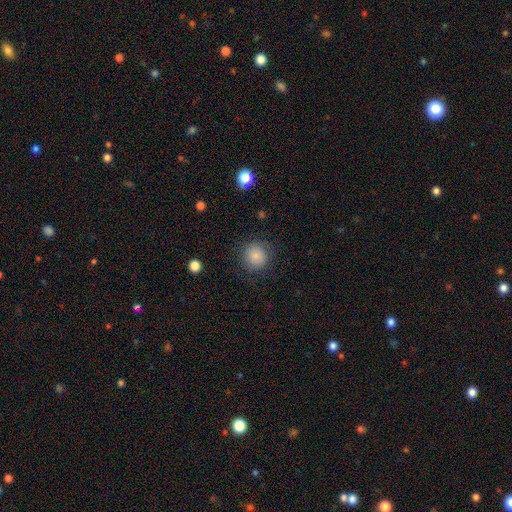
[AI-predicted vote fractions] A smooth galaxy with no disk features (84%) that is round (91%).

Vote fractions:
- Smooth or featured? smooth: 84% / star or artifact: 9% / featured or disk: 6%
- How rounded? round: 91% / in between: 8% / cigar-shaped: 1%
- Merging? none: 84% / minor disturbance: 11% / major disturbance: 4% / merger: 1%